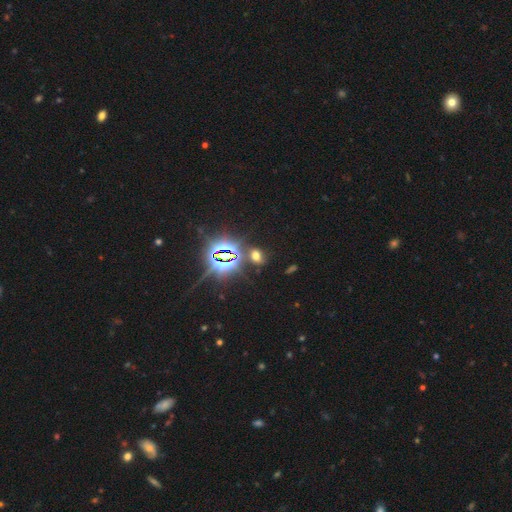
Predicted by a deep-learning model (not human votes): This appears to be a star or artifact, not a galaxy (48%).